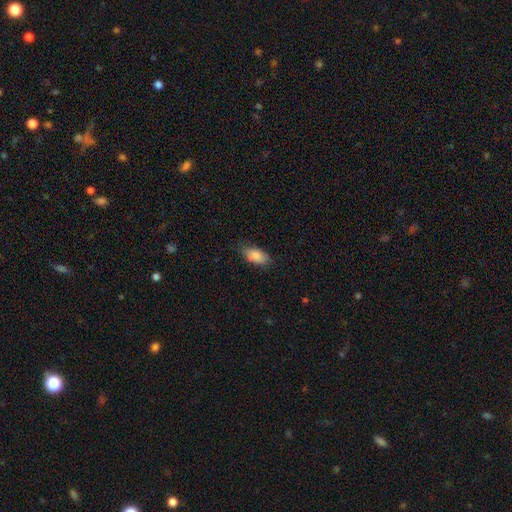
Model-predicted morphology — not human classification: smooth 87%, star or artifact 7%, featured or disk 6%. Down the decision tree: how rounded — in between (89%); merging — none (77%).